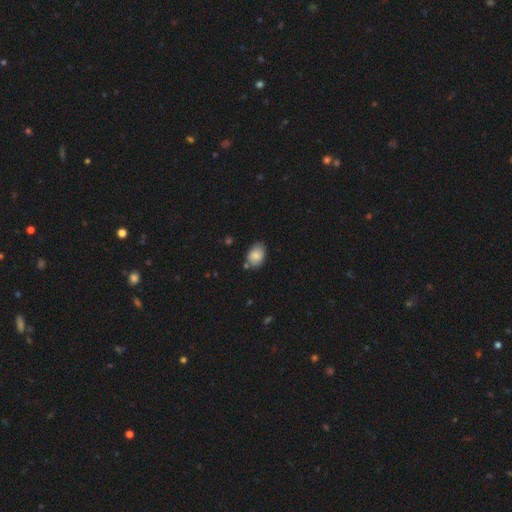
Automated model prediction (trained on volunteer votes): A smooth galaxy with no disk features (83%) that is in between round and cigar-shaped (82%). Merging: none (71%).